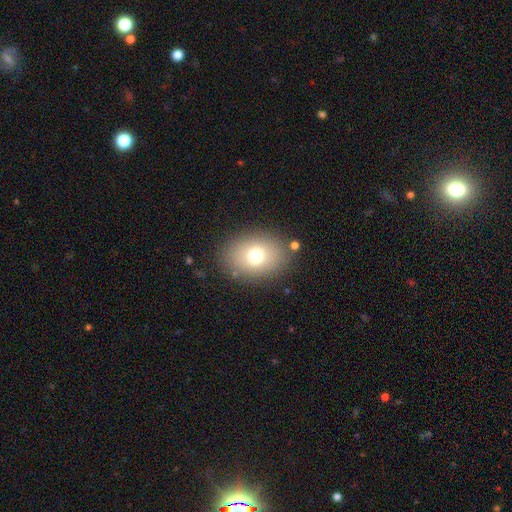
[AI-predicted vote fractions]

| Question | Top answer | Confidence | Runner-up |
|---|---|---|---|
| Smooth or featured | smooth | 73% | featured or disk (15%) |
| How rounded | in between | 68% | round (31%) |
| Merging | none | 83% | minor disturbance (10%) |